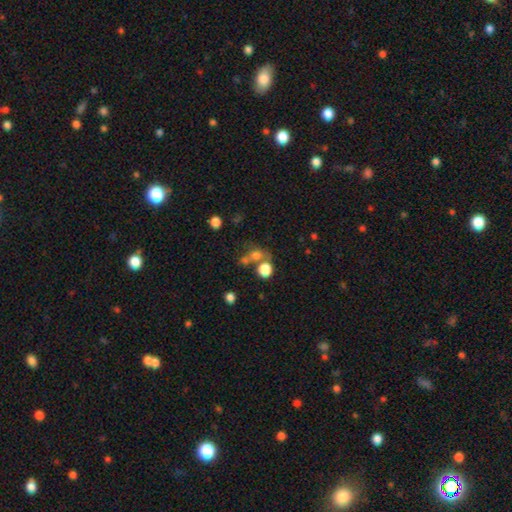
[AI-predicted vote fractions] smooth 64%, star or artifact 21%, featured or disk 15%. Down the decision tree: how rounded — round (64%); merging — none (44%).